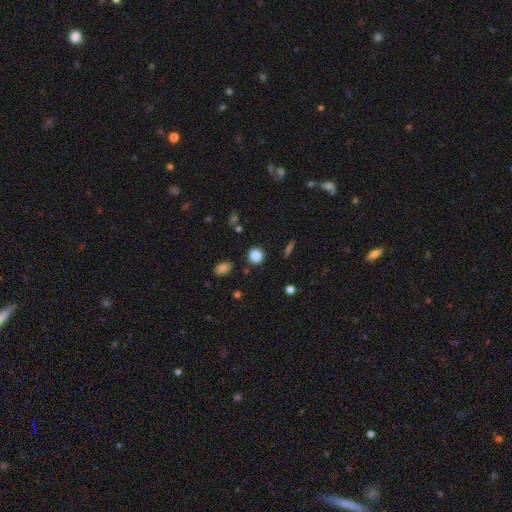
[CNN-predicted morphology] Smooth or featured?
  - smooth: 85% *
  - star or artifact: 10%
  - featured or disk: 4%
How rounded?
  - round: 81% *
  - in between: 18%
  - cigar-shaped: 1%
Merging?
  - none: 86% *
  - minor disturbance: 9%
  - merger: 3%
  - major disturbance: 3%